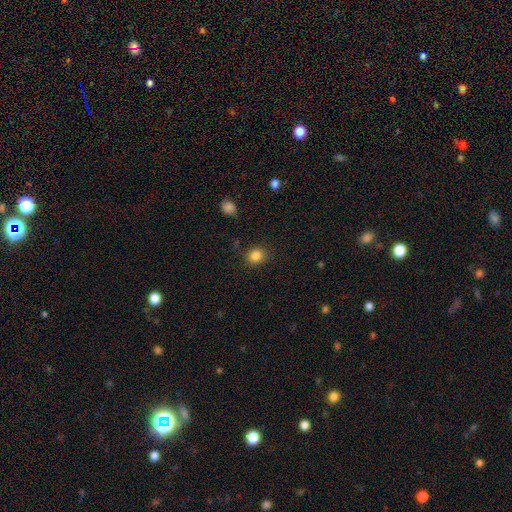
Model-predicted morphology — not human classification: Smooth or featured? smooth (84%)
How rounded? round (70%)
Merging? none (84%)